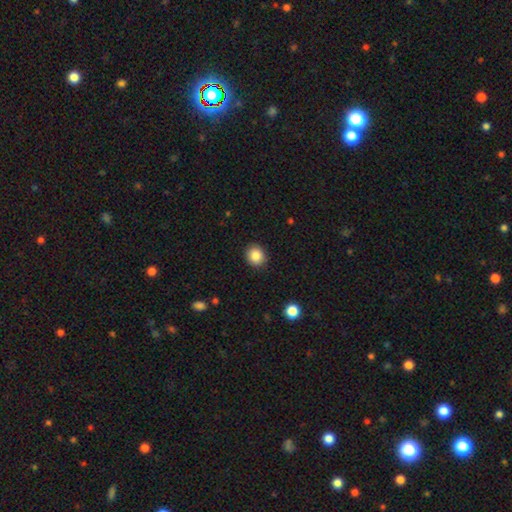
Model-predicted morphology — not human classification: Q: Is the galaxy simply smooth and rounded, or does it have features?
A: smooth — 86%.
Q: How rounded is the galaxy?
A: round — 80%.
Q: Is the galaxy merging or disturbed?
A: none — 90%.